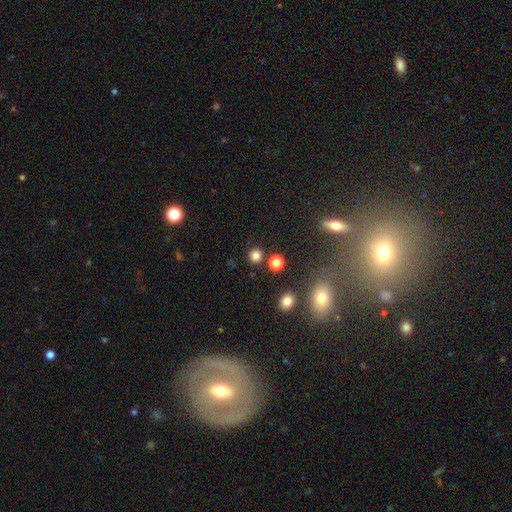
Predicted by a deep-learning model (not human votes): smooth-or-featured: smooth: 81% | star or artifact: 14% | featured or disk: 4%
  how-rounded: round: 90% | in between: 9% | cigar-shaped: 1%
  merging: none: 86% | minor disturbance: 7% | merger: 5% | major disturbance: 3%